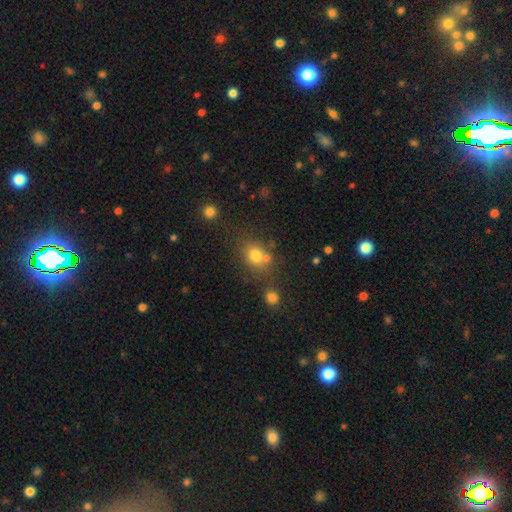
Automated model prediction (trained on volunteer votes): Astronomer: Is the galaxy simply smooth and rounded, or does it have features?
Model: smooth — 77%.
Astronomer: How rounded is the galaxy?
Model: round — 59% (runner-up: in between, 40%).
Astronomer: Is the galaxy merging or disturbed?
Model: none — 62%.